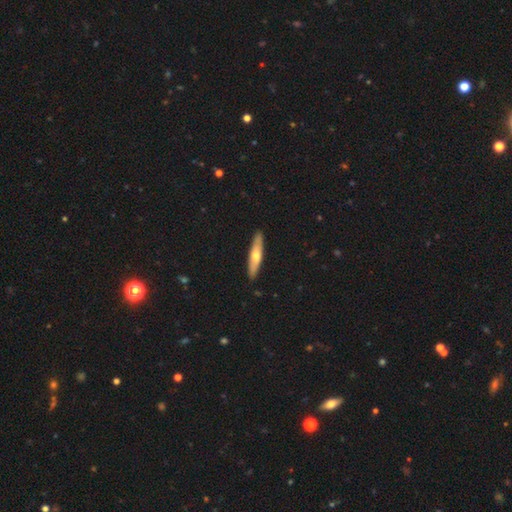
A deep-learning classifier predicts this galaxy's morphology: Smooth or featured: smooth — 50% (featured or disk — 45%)
How rounded: cigar-shaped — 84% (in between — 14%)
Merging: none — 91% (minor disturbance — 7%)